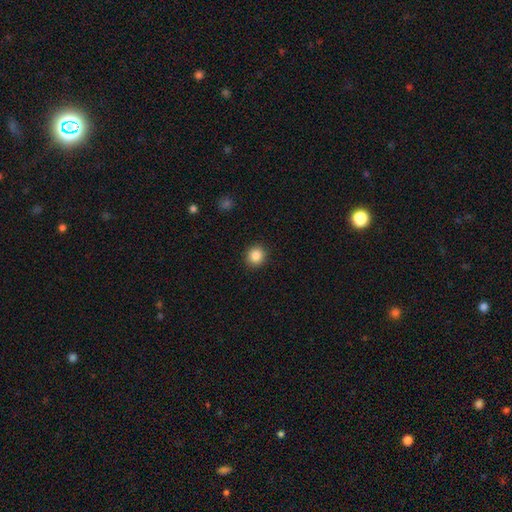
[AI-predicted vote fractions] smooth 86%, star or artifact 10%, featured or disk 4%. Down the decision tree: how rounded — round (88%); merging — none (92%).